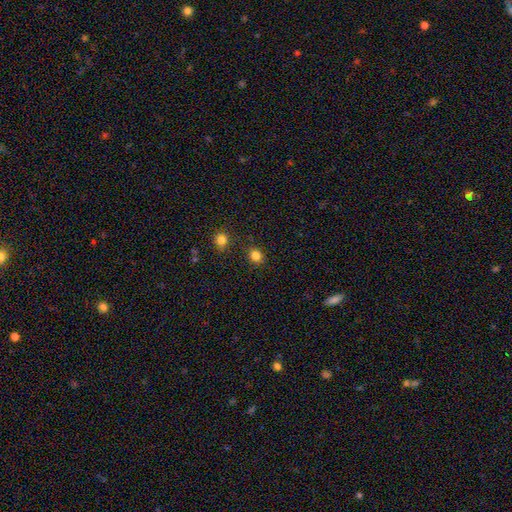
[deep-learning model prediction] Overall: smooth (83%). How rounded: round (73%). Merging: none (85%).